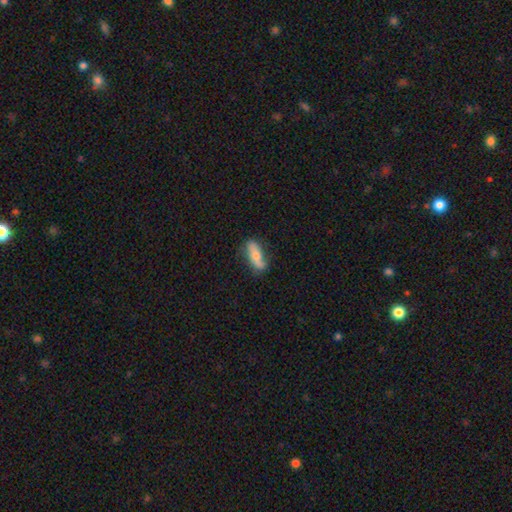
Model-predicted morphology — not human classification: The model was most divided on "smooth or featured": smooth: 55%, featured or disk: 38%, star or artifact: 7%. More confident: merging — none (71%); how rounded — in between (59%).